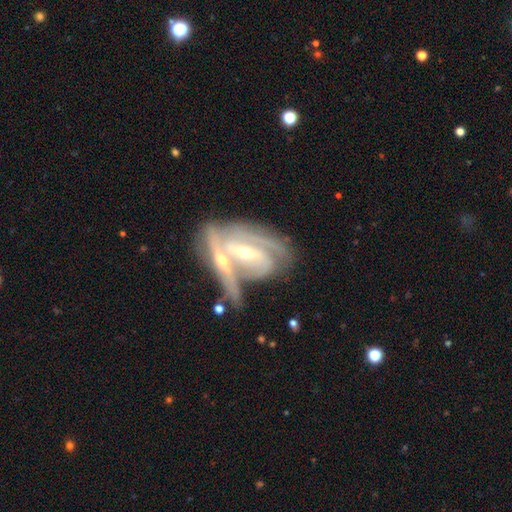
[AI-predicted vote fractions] smooth_or_featured: featured or disk (p=0.82) [alt: smooth p=0.12]
disk_edge_on: no (p=0.86) [alt: yes p=0.14]
bar: weak (p=0.36) [alt: strong p=0.33]
has_spiral_arms: yes (p=0.88) [alt: no p=0.12]
spiral_winding: tight (p=0.55) [alt: medium p=0.34]
spiral_arm_count: 2 (p=0.44) [alt: can't tell p=0.25]
bulge_size: moderate (p=0.48) [tied with: small p=0.48]
merging: merger (p=0.49) [alt: none p=0.31]